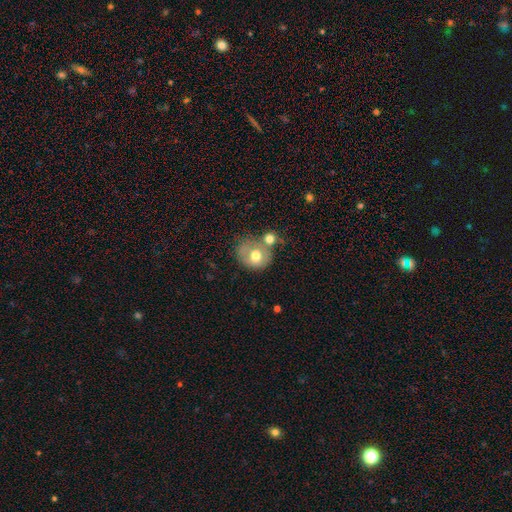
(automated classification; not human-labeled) The model was most divided on "merging": merger: 41%, none: 31%, minor disturbance: 17%, major disturbance: 11%. More confident: smooth or featured — smooth (66%); how rounded — round (64%).